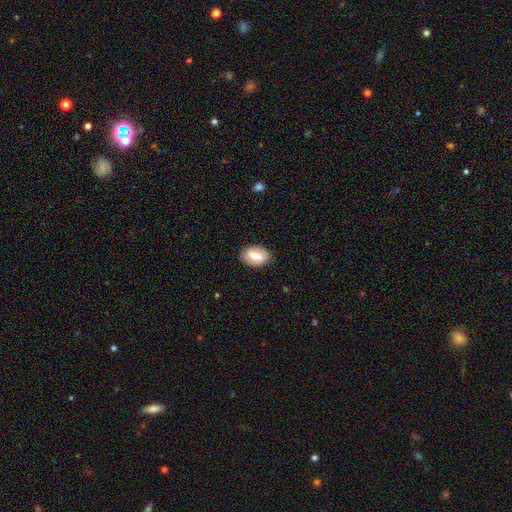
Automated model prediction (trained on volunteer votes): smooth 62%, featured or disk 31%, star or artifact 7%. Down the decision tree: how rounded — in between (83%); merging — none (86%).